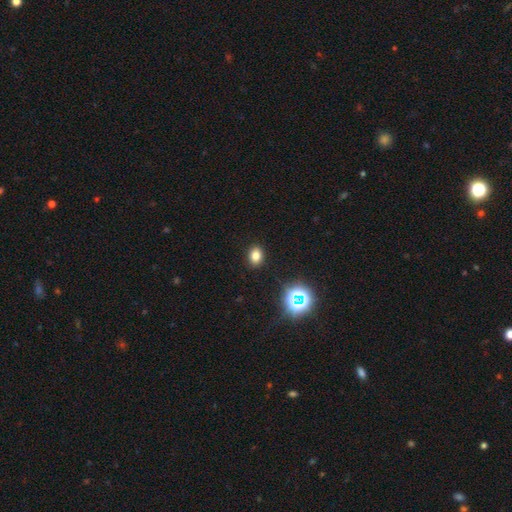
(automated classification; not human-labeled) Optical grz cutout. It shows a smooth galaxy with no disk features (77%) that is in between round and cigar-shaped (64%). Merging: none (90%).